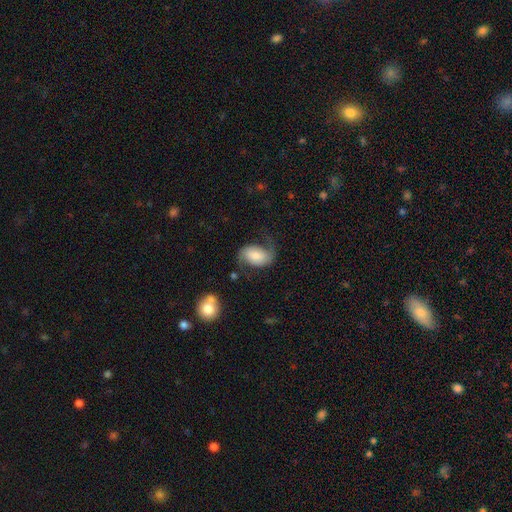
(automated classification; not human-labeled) Overall: featured or disk (55%; smooth 37%). Edge-on disk: no (97%). Bar: no (53%; weak 32%). Spiral arms: yes (89%). Bulge size: moderate (39%; small 33%). Merging: none (54%; minor disturbance 22%).